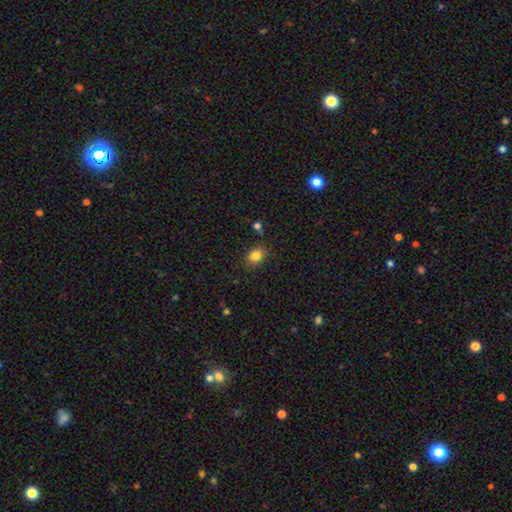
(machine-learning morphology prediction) Smooth or featured: smooth — 84% (star or artifact — 10%)
How rounded: in between — 61% (round — 38%)
Merging: none — 82% (minor disturbance — 12%)